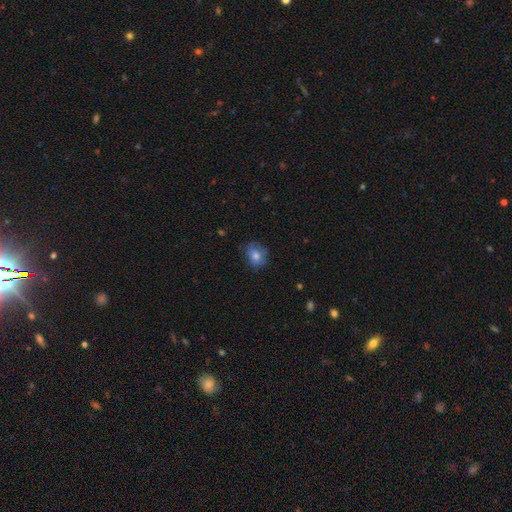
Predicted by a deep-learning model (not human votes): smooth_or_featured: smooth (p=0.68) [alt: featured or disk p=0.22]
how_rounded: round (p=0.59) [alt: in between p=0.40]
merging: none (p=0.67) [alt: minor disturbance p=0.24]